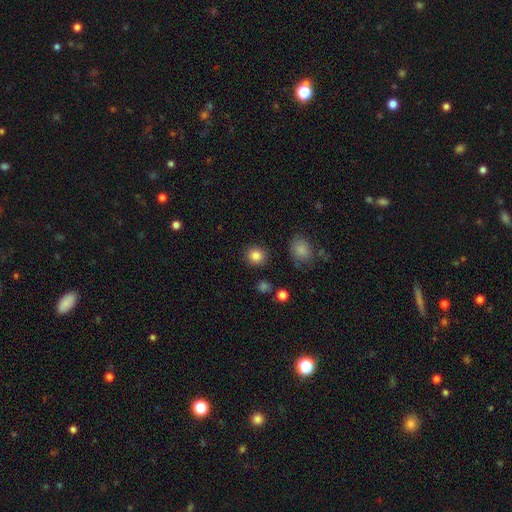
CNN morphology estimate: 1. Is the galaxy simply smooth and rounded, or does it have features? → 85% smooth, 11% star or artifact, 5% featured or disk.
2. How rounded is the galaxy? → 86% round, 13% in between, 1% cigar-shaped.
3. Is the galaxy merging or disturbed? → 88% none, 7% minor disturbance, 3% major disturbance, 2% merger.